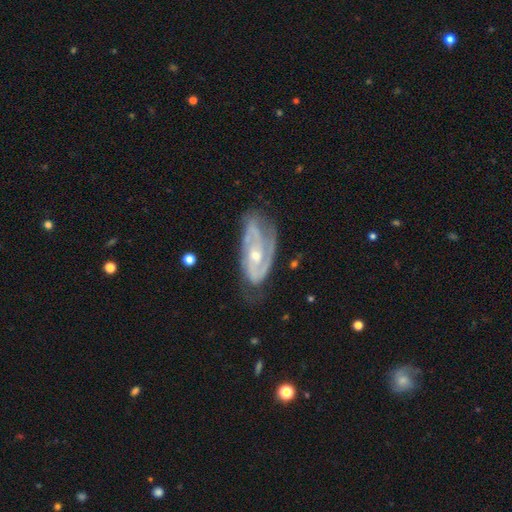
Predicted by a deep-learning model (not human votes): A featured or disk galaxy (86%) with no bar (63%), 2 (57%) tight (54%) spiral arms (94%) and a small central bulge (51%). Merging: none (59%).